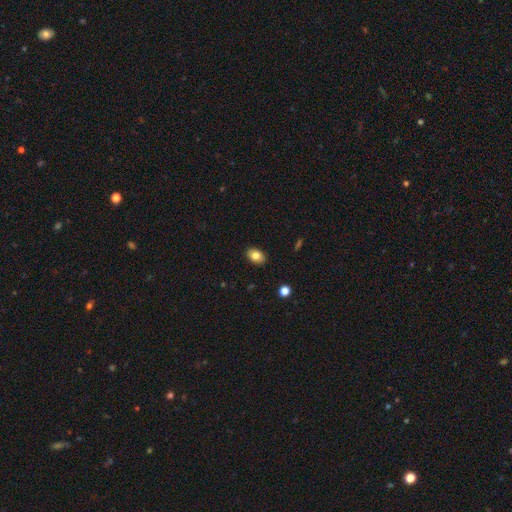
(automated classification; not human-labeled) Morphology: type=smooth (81%); roundness=in between (83%); merging=none (89%).